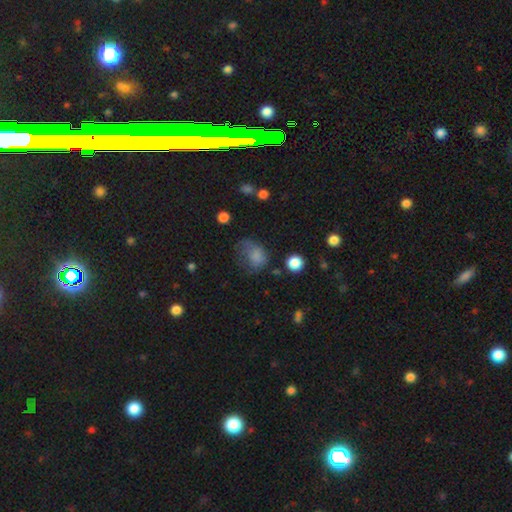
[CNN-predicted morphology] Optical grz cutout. It shows a smooth galaxy with no disk features (72%) that is in between round and cigar-shaped (54%). Merging: major disturbance (37%).